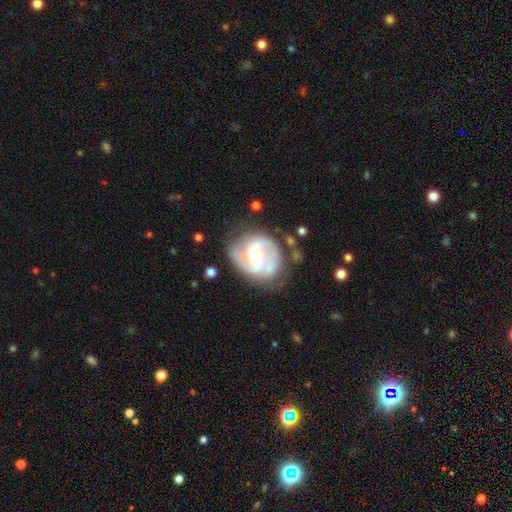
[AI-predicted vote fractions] A featured or disk galaxy (85%) with no bar (48%), 2 (70%) medium (51%) spiral arms (95%) and a small central bulge (58%).

Vote fractions:
- Smooth or featured? featured or disk: 85% / smooth: 9% / star or artifact: 5%
- Edge-on disk? no: 98% / yes: 2%
- Bar? no: 48% / weak: 41% / strong: 11%
- Spiral arms? yes: 95% / no: 5%
- Spiral winding? medium: 51% / tight: 30% / loose: 19%
- Spiral arm count? 2: 70% / 3: 12% / can't tell: 10% / 1: 3% / 4: 2% / more than 4: 2%
- Bulge size? small: 58% / moderate: 37% / none: 3% / large: 2% / dominant: 1%
- Merging? none: 66% / minor disturbance: 20% / major disturbance: 10% / merger: 4%